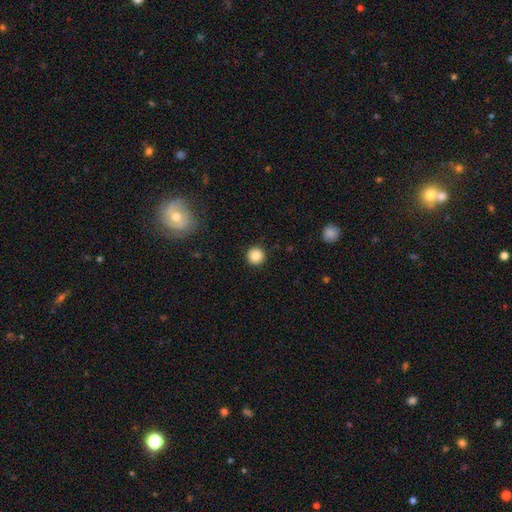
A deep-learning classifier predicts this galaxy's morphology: Smooth or featured? smooth (86%)
How rounded? round (96%)
Merging? none (93%)